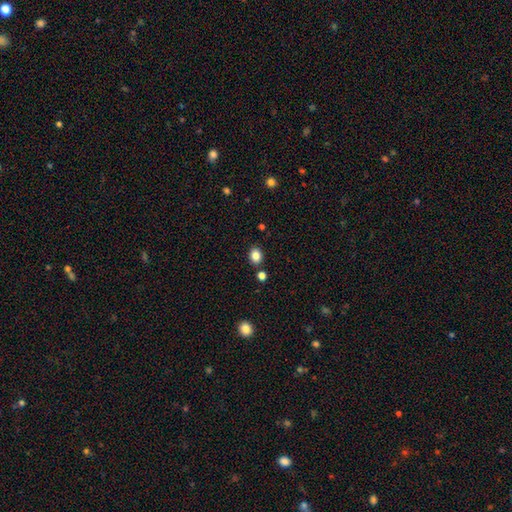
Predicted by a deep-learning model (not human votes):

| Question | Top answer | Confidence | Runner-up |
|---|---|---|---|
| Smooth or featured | smooth | 84% | star or artifact (11%) |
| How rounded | in between | 56% | round (43%) |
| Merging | none | 83% | minor disturbance (9%) |